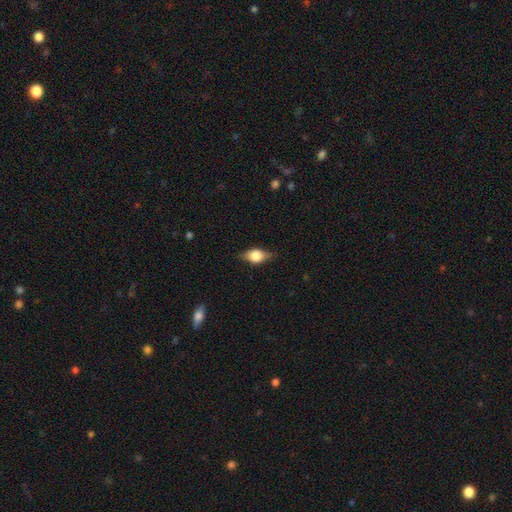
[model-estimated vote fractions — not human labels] Morphology: type=smooth (55%); roundness=in between (74%); merging=none (78%).